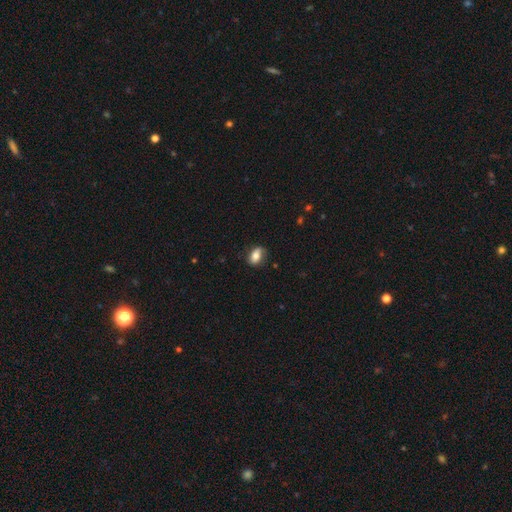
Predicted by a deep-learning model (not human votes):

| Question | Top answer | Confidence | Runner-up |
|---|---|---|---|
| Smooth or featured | smooth | 71% | featured or disk (21%) |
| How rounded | in between | 81% | round (16%) |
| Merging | none | 71% | minor disturbance (22%) |